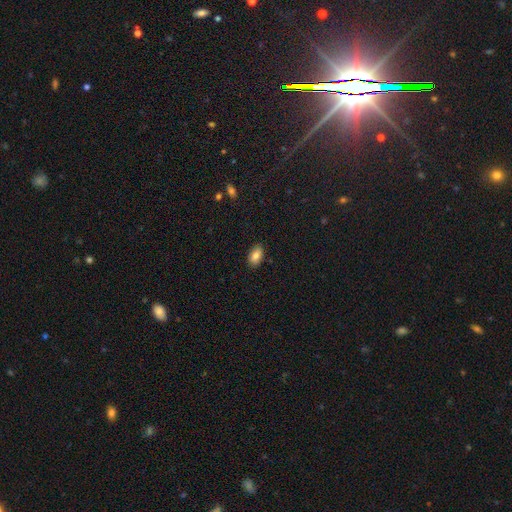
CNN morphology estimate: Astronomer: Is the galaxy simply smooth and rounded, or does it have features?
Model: smooth — 83%.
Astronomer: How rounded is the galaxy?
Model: in between — 92%.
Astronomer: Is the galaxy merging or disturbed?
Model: none — 87%.